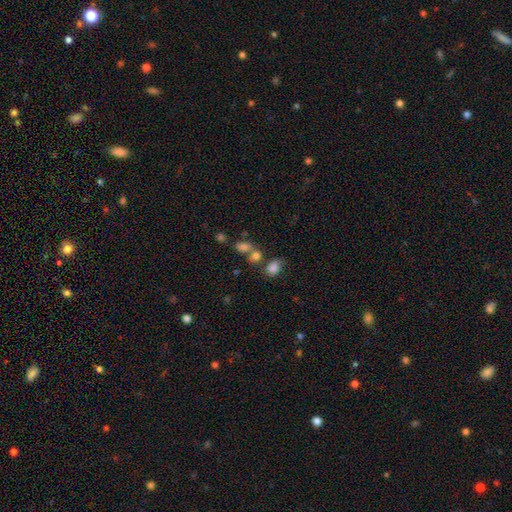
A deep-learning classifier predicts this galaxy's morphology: This is likely a smooth galaxy (71%). How rounded: likely in between (63%). Merging: marginally none (44%).